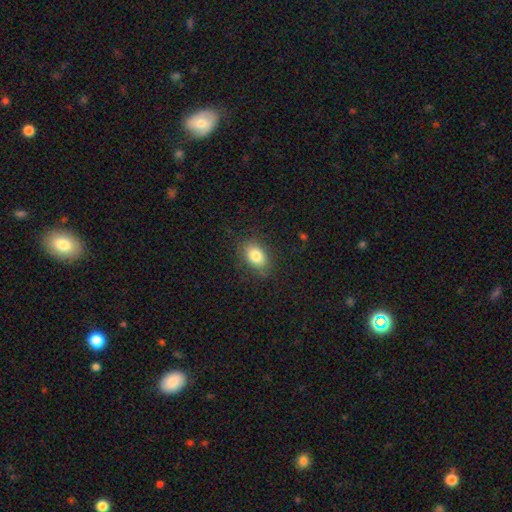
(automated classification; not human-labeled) Smooth or featured: smooth — 81% (featured or disk — 10%)
How rounded: in between — 84% (round — 15%)
Merging: none — 81% (minor disturbance — 13%)